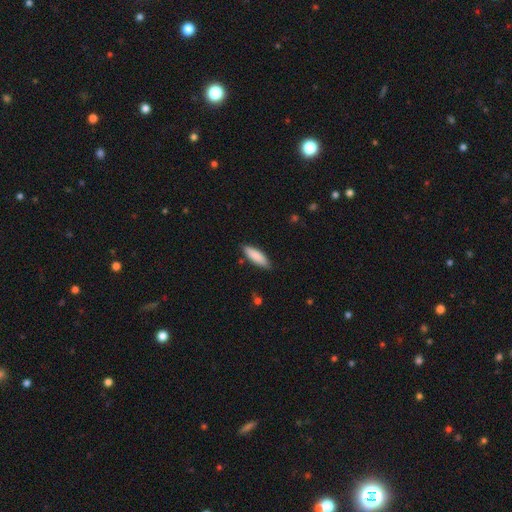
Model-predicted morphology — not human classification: smooth_or_featured: smooth (p=0.87) [alt: featured or disk p=0.07]
how_rounded: in between (p=0.55) [alt: cigar-shaped p=0.44]
merging: none (p=0.84) [alt: minor disturbance p=0.12]